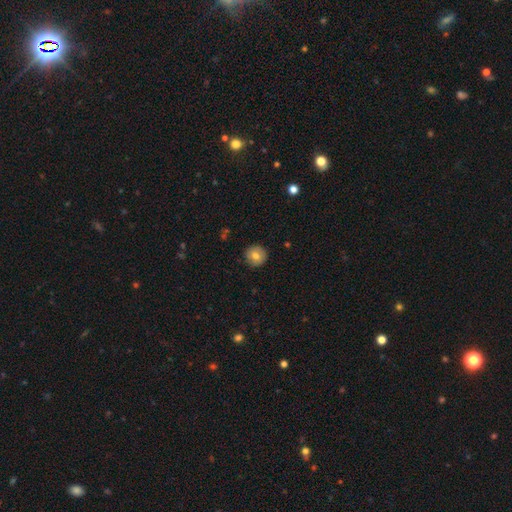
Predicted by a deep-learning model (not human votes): smooth-or-featured: smooth: 74% | featured or disk: 18% | star or artifact: 8%
  how-rounded: round: 95% | in between: 4% | cigar-shaped: 1%
  merging: none: 90% | minor disturbance: 7% | major disturbance: 2% | merger: 1%